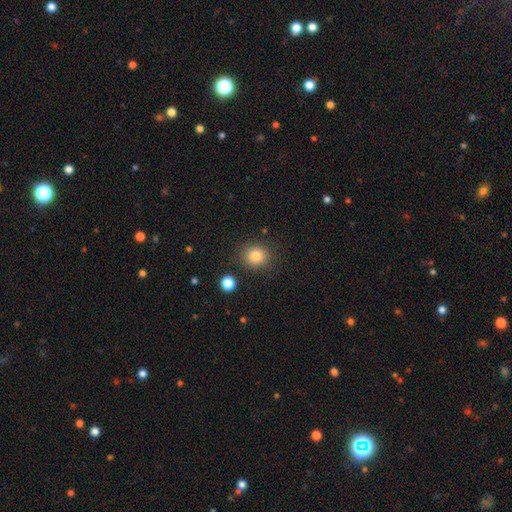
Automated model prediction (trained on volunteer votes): smooth_or_featured: smooth (p=0.83) [alt: star or artifact p=0.11]
how_rounded: round (p=0.83) [alt: in between p=0.16]
merging: none (p=0.86) [alt: minor disturbance p=0.08]